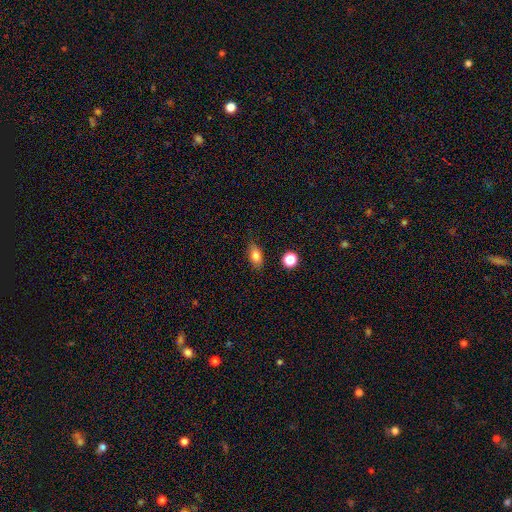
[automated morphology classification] A smooth galaxy with no disk features (81%) that is in between round and cigar-shaped (81%). Merging: none (80%).